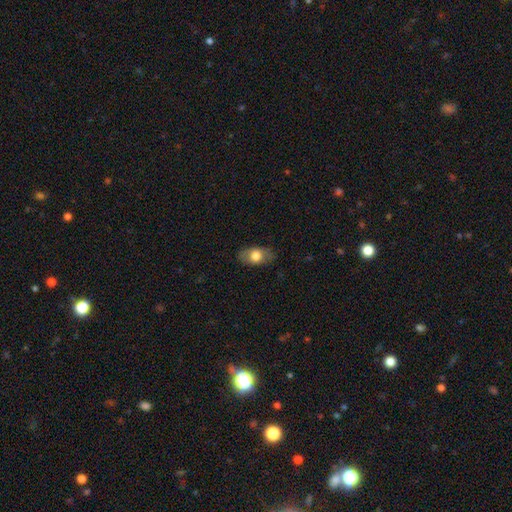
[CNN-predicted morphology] Q: Smooth or featured?
A: smooth (70%); runner-up: featured or disk (23%)
Q: How rounded?
A: in between (87%); runner-up: round (10%)
Q: Merging?
A: none (81%); runner-up: minor disturbance (14%)